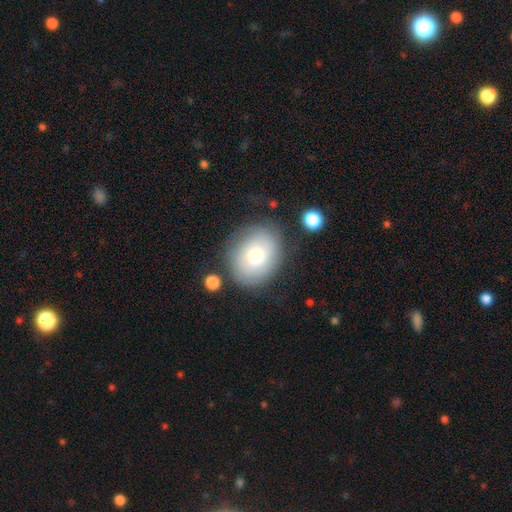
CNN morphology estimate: type=smooth (70%); roundness=round (56%); merging=none (74%).